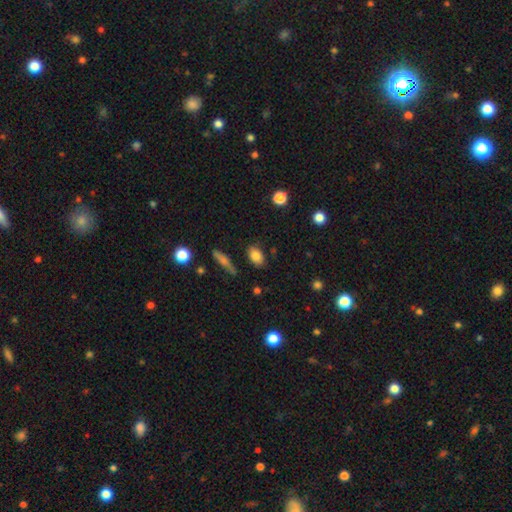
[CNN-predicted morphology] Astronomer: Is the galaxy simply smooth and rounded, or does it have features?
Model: smooth — 83%.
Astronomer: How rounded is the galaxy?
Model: in between — 83%.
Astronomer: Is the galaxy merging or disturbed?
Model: none — 80%.